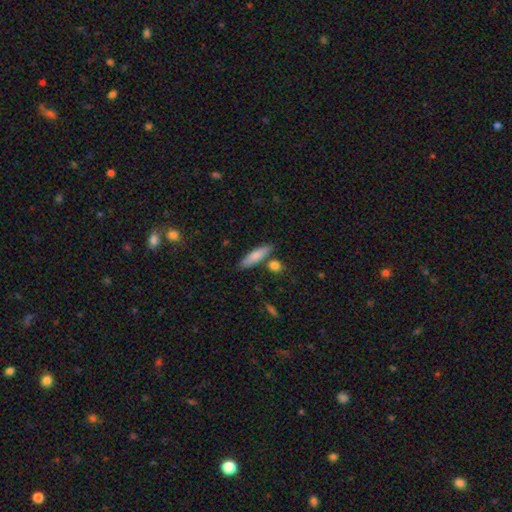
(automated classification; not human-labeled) Q: Smooth or featured?
A: smooth (77%); runner-up: featured or disk (17%)
Q: How rounded?
A: cigar-shaped (71%); runner-up: in between (26%)
Q: Merging?
A: none (78%); runner-up: minor disturbance (11%)